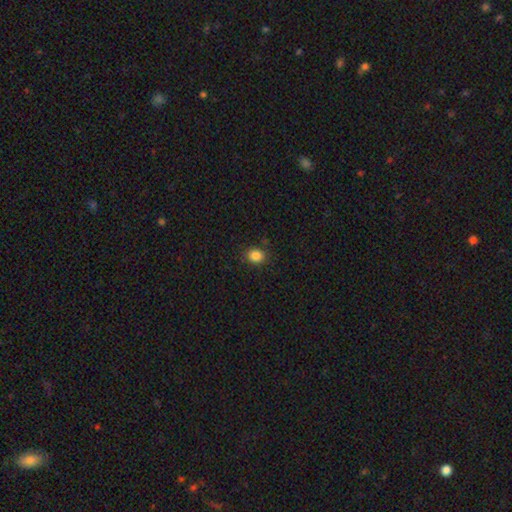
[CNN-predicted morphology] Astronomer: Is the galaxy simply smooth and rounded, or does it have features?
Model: smooth — 85%.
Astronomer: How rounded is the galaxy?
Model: round — 65%.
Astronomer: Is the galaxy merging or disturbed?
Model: none — 85%.